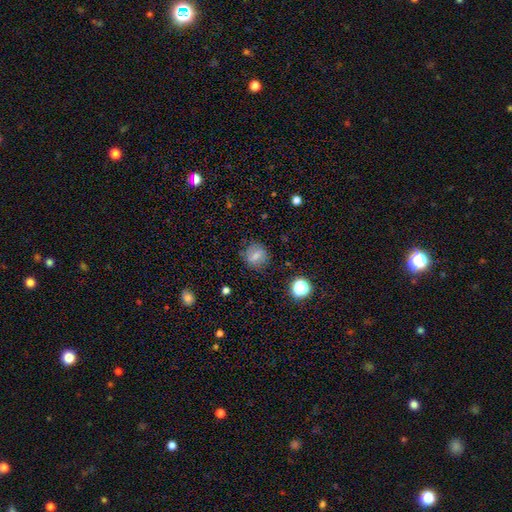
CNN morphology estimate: smooth-or-featured: smooth: 74% | star or artifact: 13% | featured or disk: 13%
  how-rounded: round: 82% | in between: 17% | cigar-shaped: 1%
  merging: none: 83% | minor disturbance: 12% | major disturbance: 4% | merger: 2%